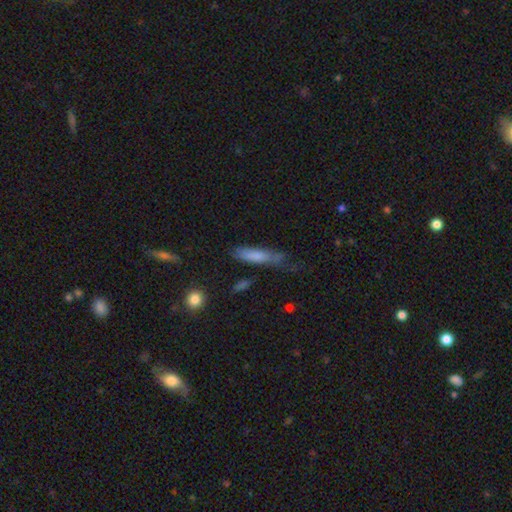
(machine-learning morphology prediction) Smooth or featured? Predicted: smooth (p=0.72). How rounded? Predicted: cigar-shaped (p=0.72). Merging? Predicted: none (p=0.47).